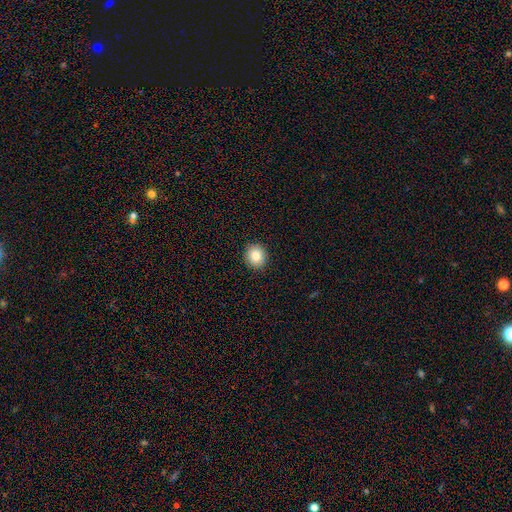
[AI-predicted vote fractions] Morphology: type=smooth (84%); roundness=round (80%); merging=none (92%).